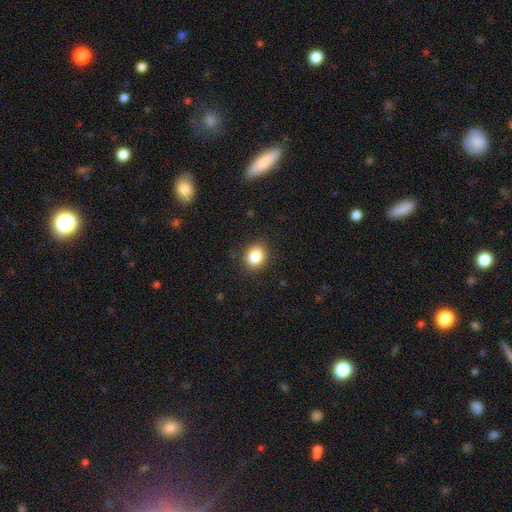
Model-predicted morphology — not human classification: The model was most divided on "how rounded": round: 60%, in between: 39%, cigar-shaped: 1%. More confident: merging — none (89%); smooth or featured — smooth (84%).